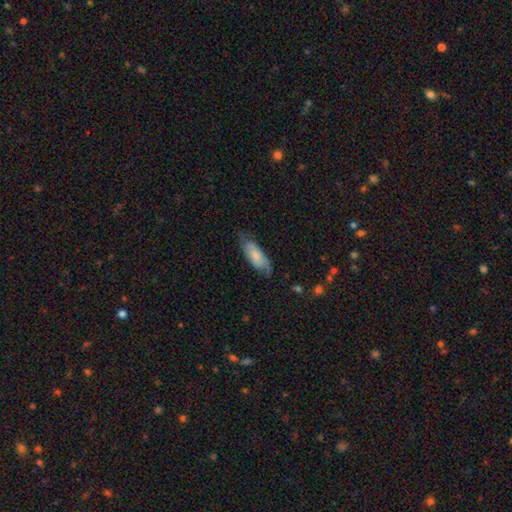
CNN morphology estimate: This appears to be a smooth galaxy with no disk features (61%) that is in between round and cigar-shaped (73%). Merging: none (62%).